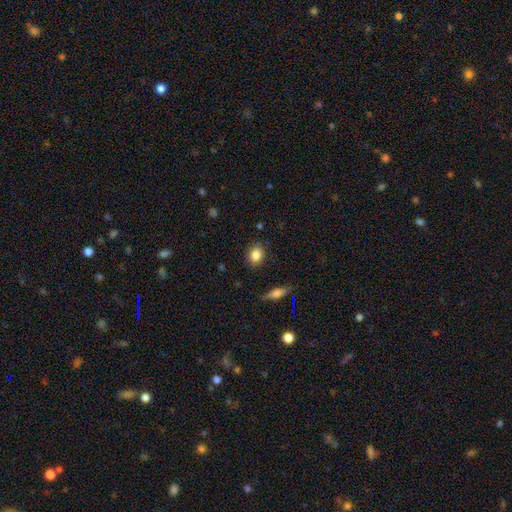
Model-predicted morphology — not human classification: A smooth galaxy with no disk features (84%) that is in between round and cigar-shaped (50%). Merging: none (86%).